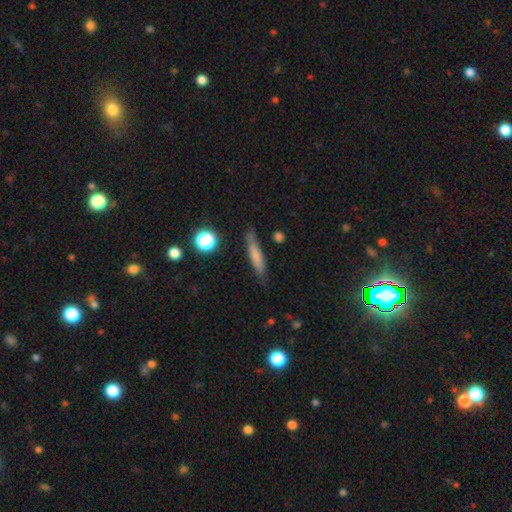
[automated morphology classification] This appears to be a smooth galaxy with no disk features (71%) that is cigar-shaped (86%). Merging: none (79%).